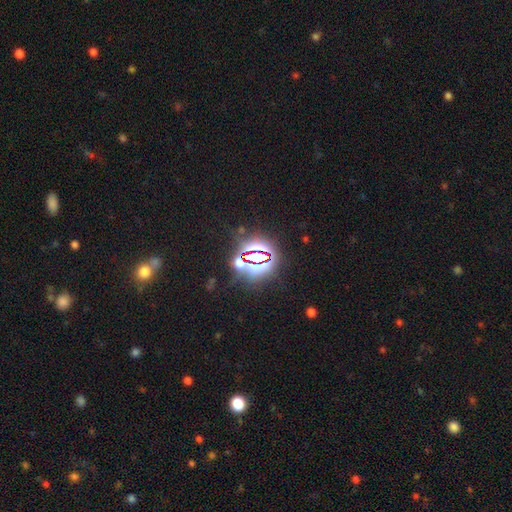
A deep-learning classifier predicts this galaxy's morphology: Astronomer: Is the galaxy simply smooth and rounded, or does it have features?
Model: star or artifact — 79%.